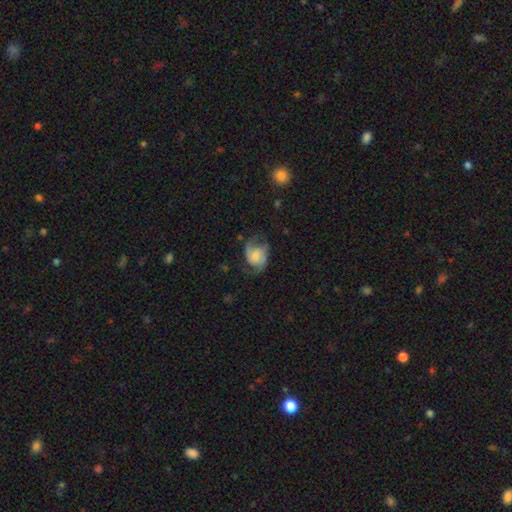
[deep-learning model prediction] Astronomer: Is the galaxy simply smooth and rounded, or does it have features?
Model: featured or disk — 61%.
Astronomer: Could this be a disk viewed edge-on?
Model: no — 97%.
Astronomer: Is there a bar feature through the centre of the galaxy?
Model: no — 61%.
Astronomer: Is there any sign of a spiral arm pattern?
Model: yes — 87%.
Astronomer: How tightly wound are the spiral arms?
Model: medium — 46% (runner-up: loose, 36%).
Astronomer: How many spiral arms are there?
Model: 2 — 77%.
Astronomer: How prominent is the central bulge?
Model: small — 34% (runner-up: moderate, 29%).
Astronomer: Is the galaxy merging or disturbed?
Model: none — 49% (runner-up: minor disturbance, 25%).